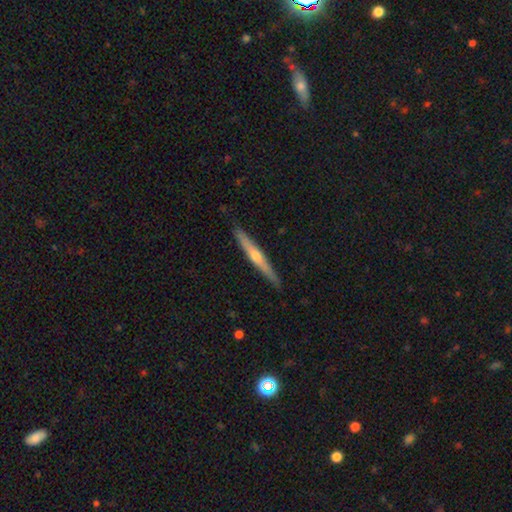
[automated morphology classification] Smooth or featured? Predicted: featured or disk (p=0.63). Edge-on disk? Predicted: yes (p=0.97). Edge-on bulge? Predicted: rounded (p=0.82). Merging? Predicted: none (p=0.90).